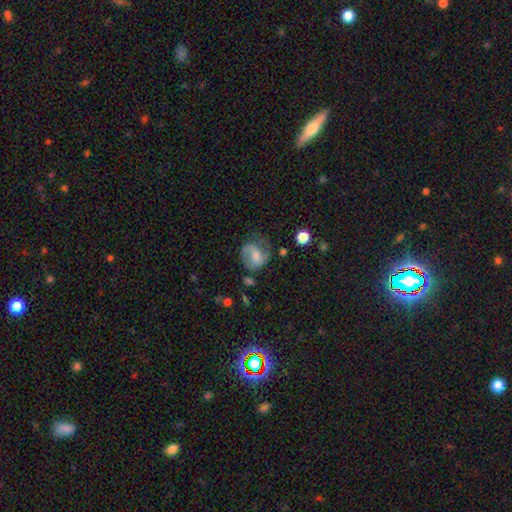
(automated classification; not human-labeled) Q: Smooth or featured?
A: featured or disk (53%); runner-up: smooth (38%)
Q: Edge-on disk?
A: no (97%); runner-up: yes (3%)
Q: Bar?
A: weak (44%); runner-up: no (40%)
Q: Spiral arms?
A: yes (81%); runner-up: no (19%)
Q: Bulge size?
A: moderate (49%); runner-up: small (28%)
Q: Merging?
A: none (50%); runner-up: minor disturbance (27%)